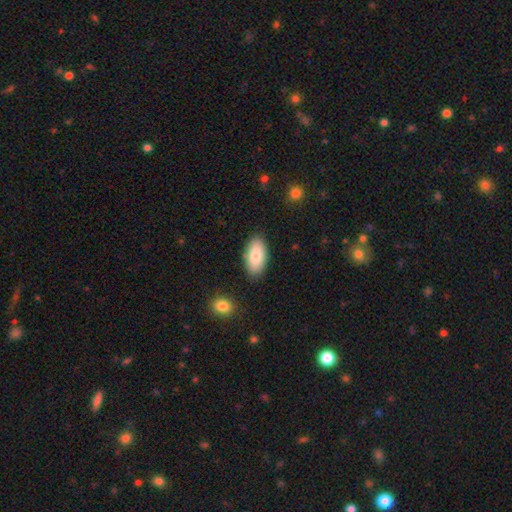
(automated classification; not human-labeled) The model was most divided on "smooth or featured": smooth: 82%, featured or disk: 11%, star or artifact: 6%. More confident: how rounded — in between (94%); merging — none (85%).